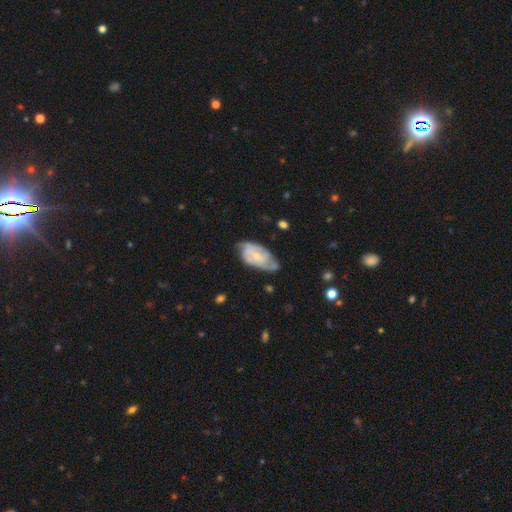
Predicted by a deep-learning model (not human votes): A featured or disk galaxy (65%) with no bar (66%), 2 (39%) tight (48%) spiral arms (83%) and a small central bulge (62%).

Vote fractions:
- Smooth or featured? featured or disk: 65% / smooth: 29% / star or artifact: 6%
- Edge-on disk? no: 95% / yes: 5%
- Bar? no: 66% / weak: 28% / strong: 6%
- Spiral arms? yes: 83% / no: 17%
- Spiral winding? tight: 48% / medium: 38% / loose: 14%
- Spiral arm count? 2: 39% / can't tell: 35% / 3: 16% / 4: 4% / 1: 4% / more than 4: 3%
- Bulge size? small: 62% / moderate: 31% / none: 5% / large: 2% / dominant: 1%
- Merging? none: 53% / minor disturbance: 34% / major disturbance: 11% / merger: 2%